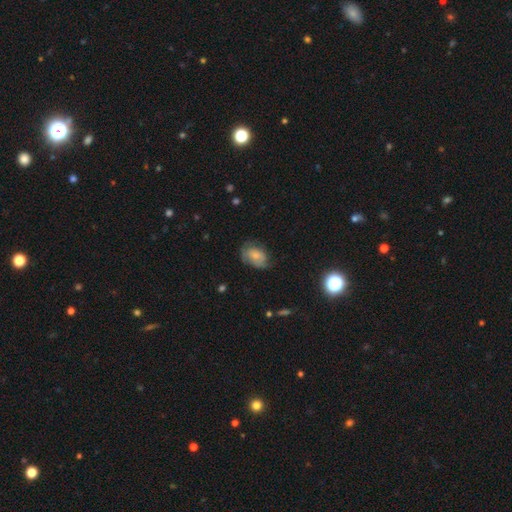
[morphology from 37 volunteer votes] type=smooth (68%); roundness=in between (92%); merging=none (63%).